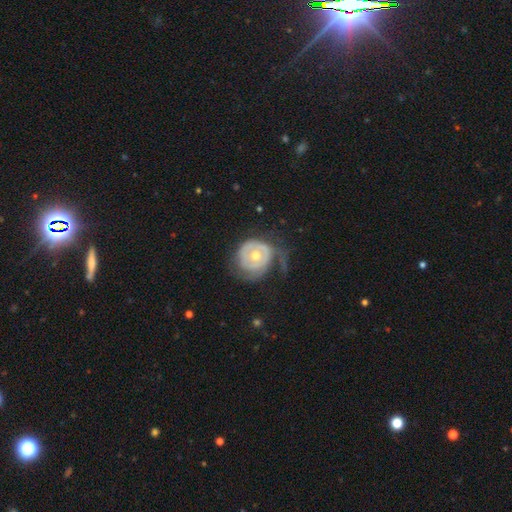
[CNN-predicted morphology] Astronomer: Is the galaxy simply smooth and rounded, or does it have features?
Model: featured or disk — 68%.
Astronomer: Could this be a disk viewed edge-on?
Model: no — 97%.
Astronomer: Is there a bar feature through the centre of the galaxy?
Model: no — 82%.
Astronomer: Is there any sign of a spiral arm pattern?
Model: yes — 58% (runner-up: no, 42%).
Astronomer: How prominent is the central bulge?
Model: moderate — 70%.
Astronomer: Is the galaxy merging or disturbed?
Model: none — 41% (runner-up: minor disturbance, 28%).